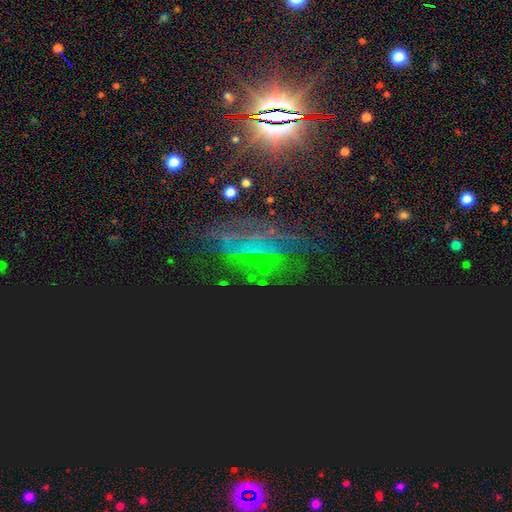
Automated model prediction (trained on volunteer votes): Smooth or featured? Predicted: star or artifact (p=0.53).